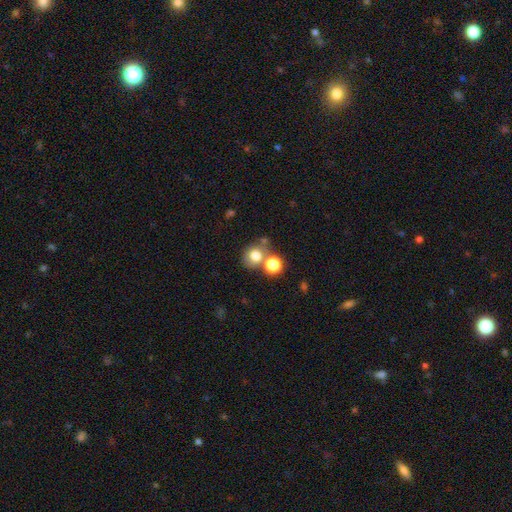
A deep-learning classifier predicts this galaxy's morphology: A smooth galaxy with no disk features (75%) that is round (77%). Merging: none (57%).